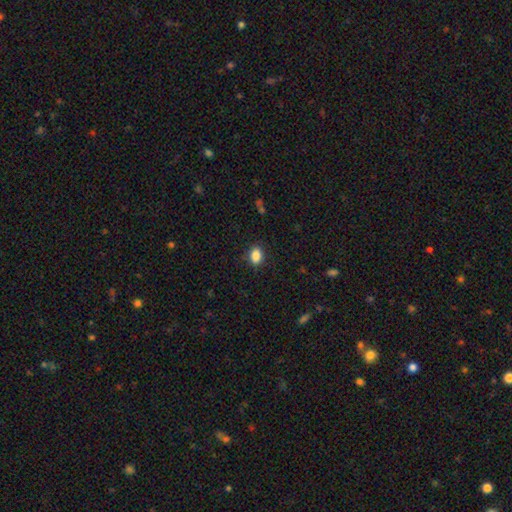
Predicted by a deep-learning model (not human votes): smooth 86%, star or artifact 9%, featured or disk 4%. Down the decision tree: how rounded — in between (70%); merging — none (87%).